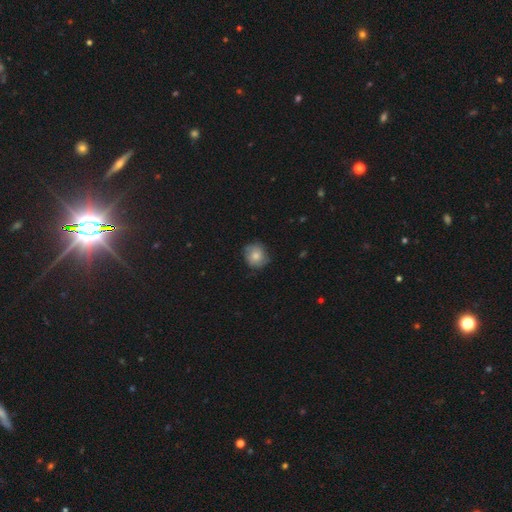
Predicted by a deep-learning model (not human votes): This is likely a smooth galaxy (70%). How rounded: clearly round (85%). Merging: likely none (75%).